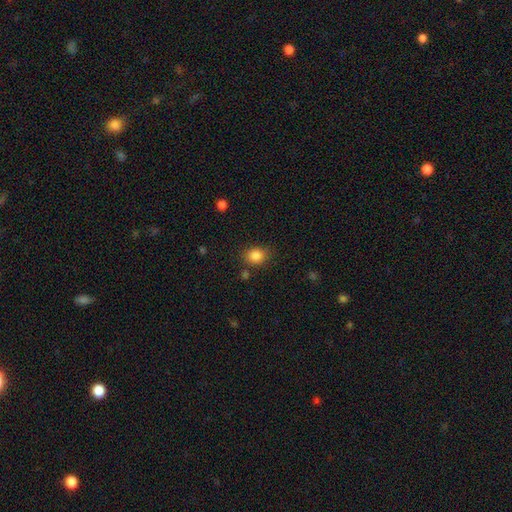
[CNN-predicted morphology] A smooth galaxy with no disk features (85%) that is round (55%).

Vote fractions:
- Smooth or featured? smooth: 85% / star or artifact: 10% / featured or disk: 5%
- How rounded? round: 55% / in between: 44% / cigar-shaped: 1%
- Merging? none: 78% / minor disturbance: 14% / major disturbance: 4% / merger: 4%